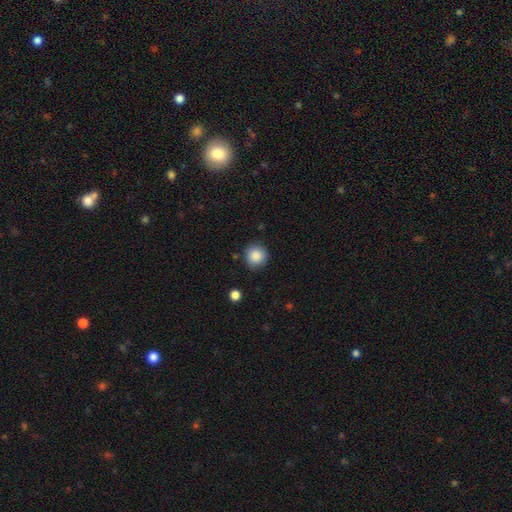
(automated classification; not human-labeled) This is clearly a smooth galaxy (87%). How rounded: clearly round (92%). Merging: clearly none (88%).